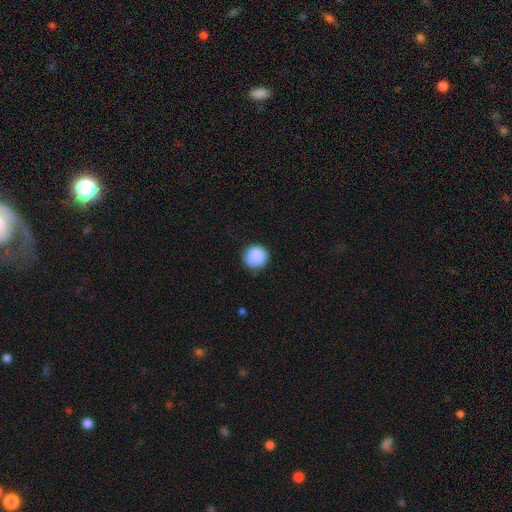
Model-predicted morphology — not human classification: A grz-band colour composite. It shows a smooth galaxy with no disk features (89%) that is round (94%). Merging: none (85%).